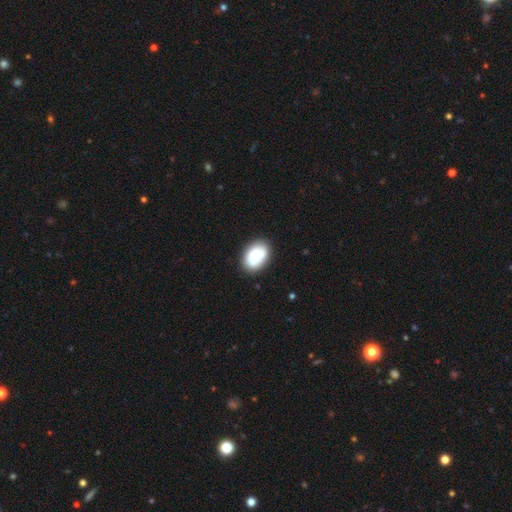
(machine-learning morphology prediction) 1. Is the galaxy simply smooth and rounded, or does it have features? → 66% smooth, 26% featured or disk, 8% star or artifact.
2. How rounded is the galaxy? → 83% in between, 16% round, 1% cigar-shaped.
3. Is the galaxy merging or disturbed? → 79% none, 15% minor disturbance, 4% major disturbance, 2% merger.